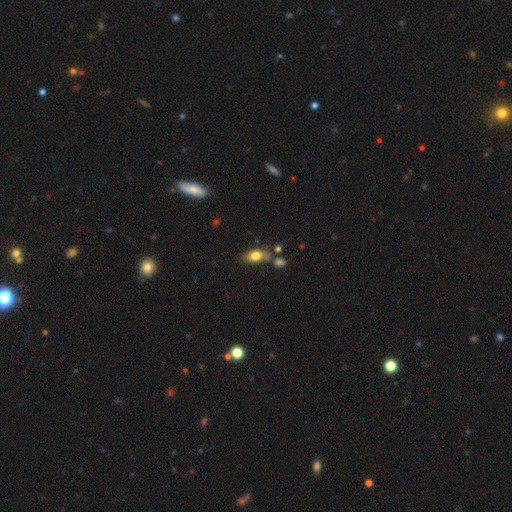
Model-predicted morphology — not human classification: smooth 76%, featured or disk 15%, star or artifact 8%. Down the decision tree: how rounded — in between (84%); merging — none (60%).